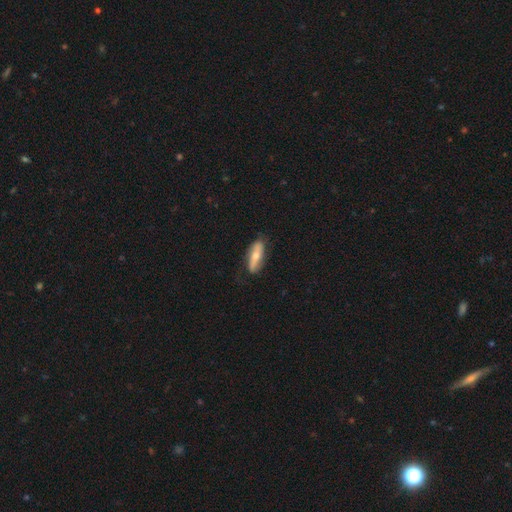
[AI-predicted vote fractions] Morphology: type=smooth (49%); merging=none (76%).